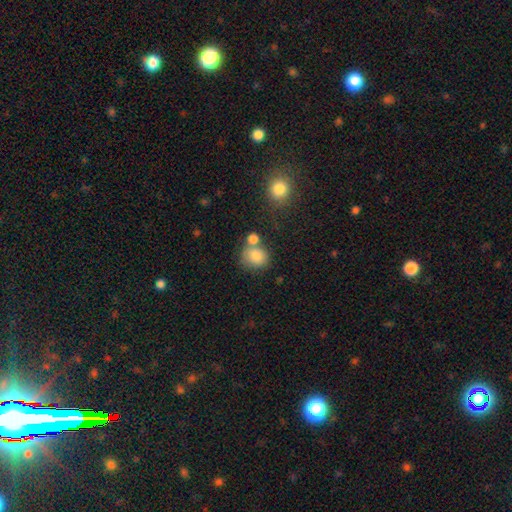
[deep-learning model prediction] smooth 81%, star or artifact 10%, featured or disk 8%. Down the decision tree: how rounded — round (72%); merging — none (56%).